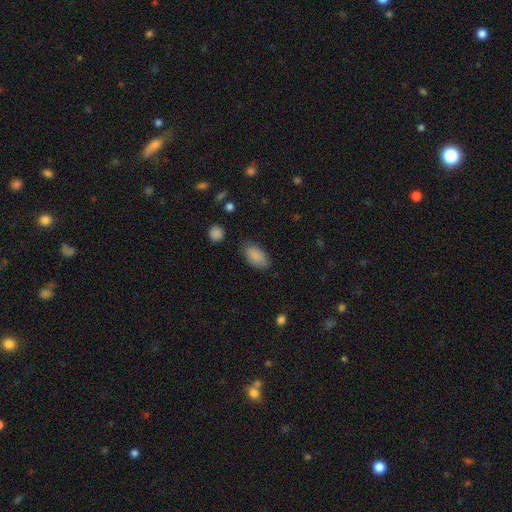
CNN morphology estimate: Q: Smooth or featured?
A: smooth (87%); runner-up: star or artifact (8%)
Q: How rounded?
A: in between (93%); runner-up: cigar-shaped (4%)
Q: Merging?
A: none (80%); runner-up: minor disturbance (15%)